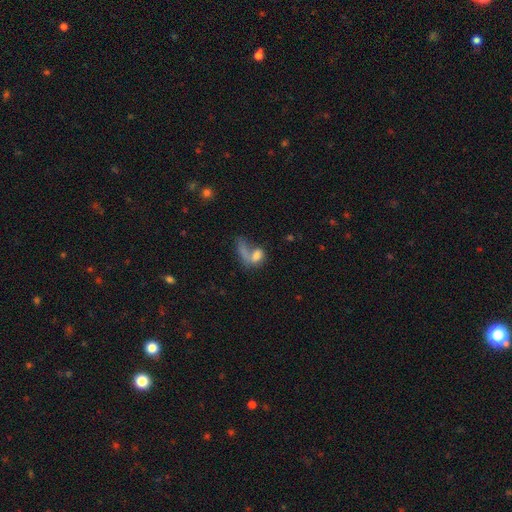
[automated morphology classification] A smooth galaxy with no disk features (55%) that is in between round and cigar-shaped (63%). Merging: merger (43%).